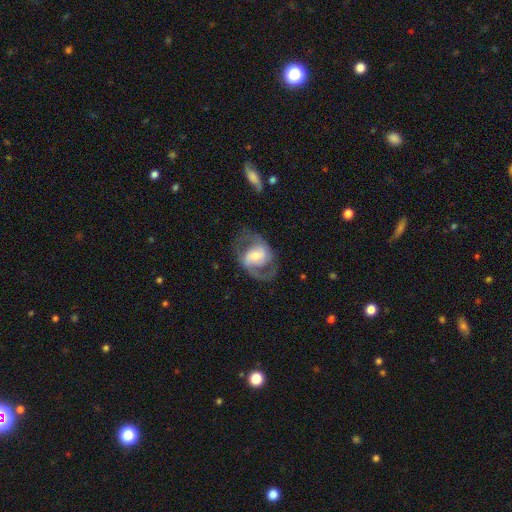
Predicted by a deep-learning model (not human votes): This is likely a featured or disk galaxy (79%). It is clearly not viewed edge-on (97%). Bar: marginally weak (42%). Spiral arm pattern: clearly yes (90%). Spiral arm count: clearly 2 (84%). Spiral winding: possibly medium (53%). Central bulge: possibly moderate (47%). Merging: likely none (65%).